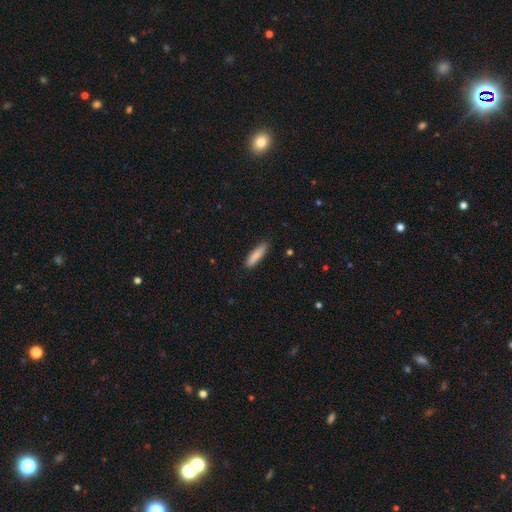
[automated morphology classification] The model was most divided on "how rounded": cigar-shaped: 76%, in between: 23%, round: 1%. More confident: merging — none (86%); smooth or featured — smooth (85%).